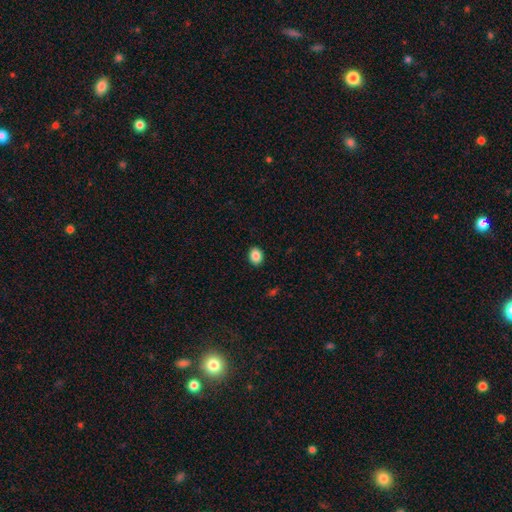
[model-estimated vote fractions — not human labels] A smooth galaxy with no disk features (88%) that is in between round and cigar-shaped (56%). Merging: none (91%).